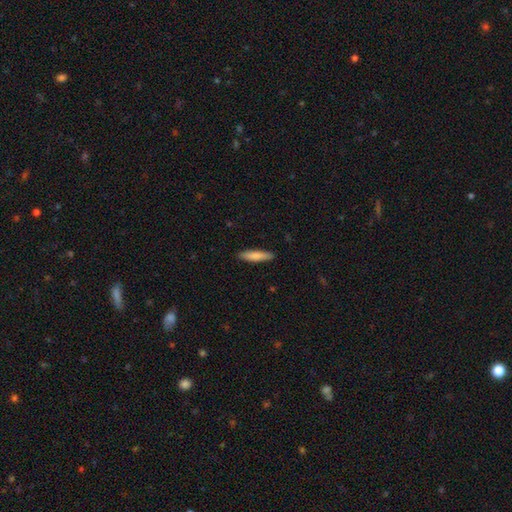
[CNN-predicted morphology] type=smooth (78%); roundness=cigar-shaped (82%); merging=none (90%).